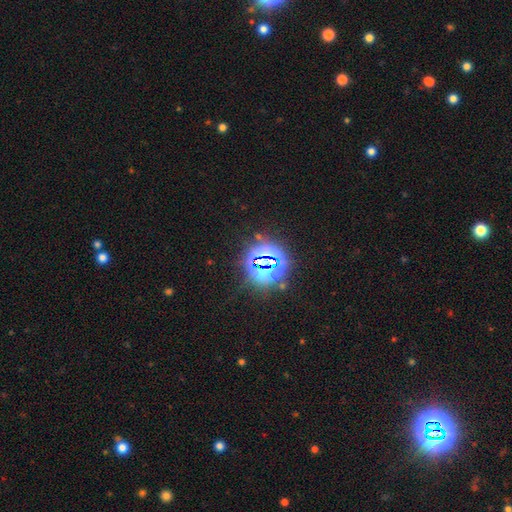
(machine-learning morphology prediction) This is likely a star or artifact rather than a galaxy (80%).